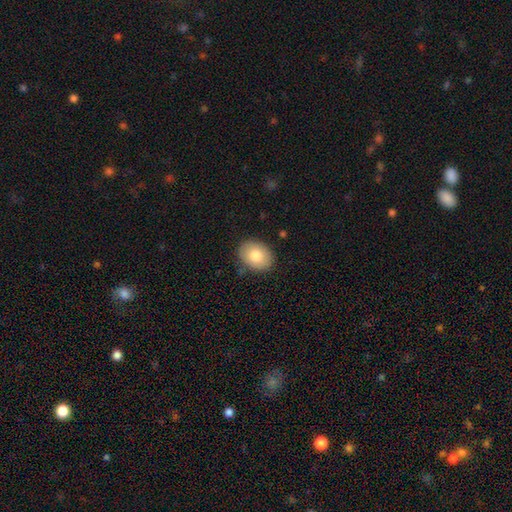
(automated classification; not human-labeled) Morphology: type=smooth (81%); roundness=in between (67%); merging=none (86%).